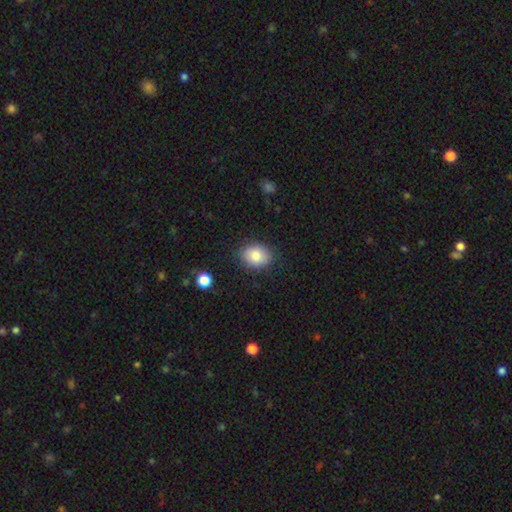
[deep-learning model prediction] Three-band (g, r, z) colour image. It shows a smooth galaxy with no disk features (82%) that is in between round and cigar-shaped (55%). Merging: none (83%).